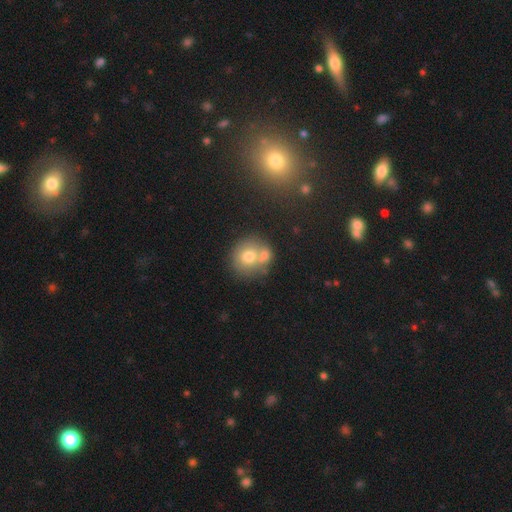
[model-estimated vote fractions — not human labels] The model was most divided on "merging": none: 49%, merger: 38%, minor disturbance: 9%, major disturbance: 4%. More confident: how rounded — round (83%); smooth or featured — smooth (66%).